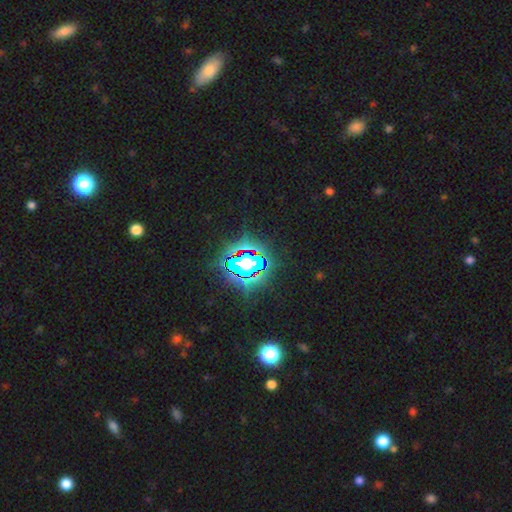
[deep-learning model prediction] This appears to be a star or artifact, not a galaxy (82%).